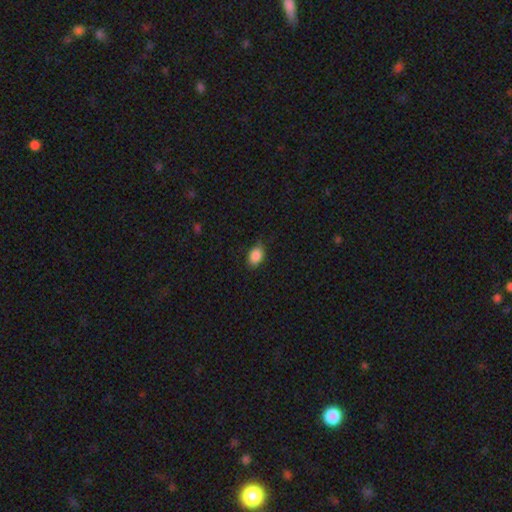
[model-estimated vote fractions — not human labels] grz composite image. It shows a smooth galaxy with no disk features (87%) that is in between round and cigar-shaped (82%). Merging: none (78%).